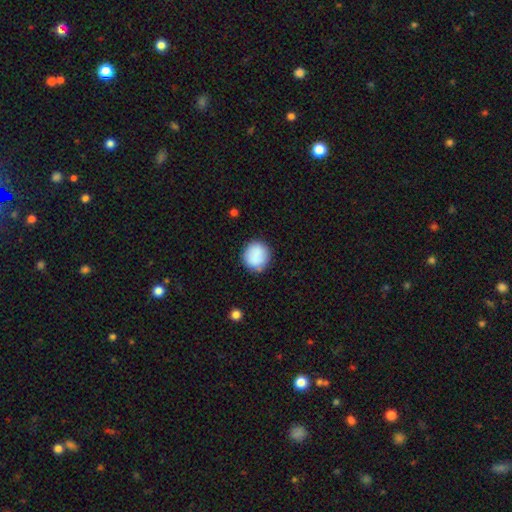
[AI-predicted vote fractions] Q: Smooth or featured?
A: smooth (88%); runner-up: star or artifact (8%)
Q: How rounded?
A: round (88%); runner-up: in between (11%)
Q: Merging?
A: none (83%); runner-up: minor disturbance (12%)